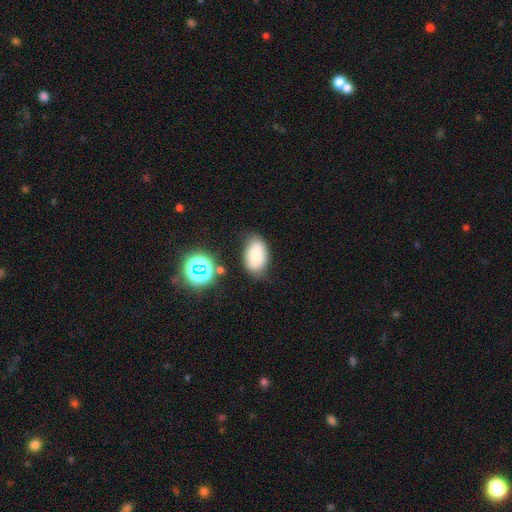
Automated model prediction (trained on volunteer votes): Morphology: type=smooth (74%); roundness=in between (91%); merging=none (72%).